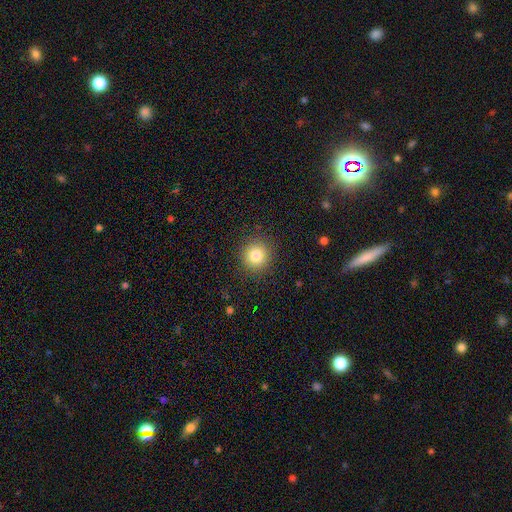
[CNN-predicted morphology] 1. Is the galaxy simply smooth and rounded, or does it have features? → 81% smooth, 12% star or artifact, 7% featured or disk.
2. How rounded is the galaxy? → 93% round, 6% in between, 1% cigar-shaped.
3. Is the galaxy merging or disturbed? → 90% none, 7% minor disturbance, 3% major disturbance, 1% merger.